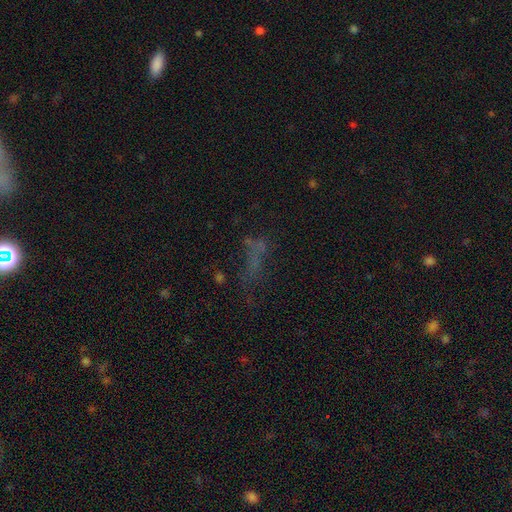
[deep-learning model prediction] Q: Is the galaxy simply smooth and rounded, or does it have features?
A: smooth — 38%.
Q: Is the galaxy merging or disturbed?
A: none — 45%.